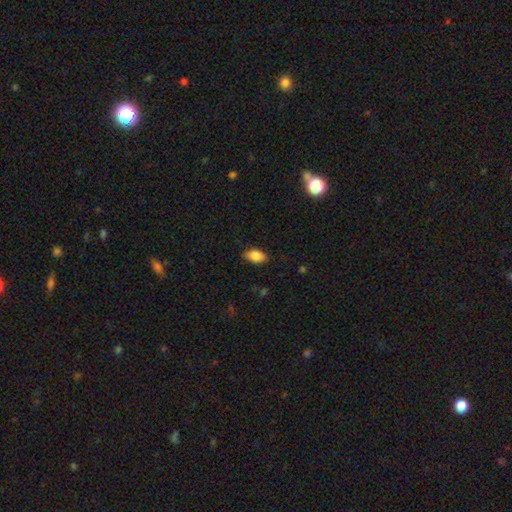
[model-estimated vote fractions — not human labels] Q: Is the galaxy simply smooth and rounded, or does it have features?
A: smooth — 86%.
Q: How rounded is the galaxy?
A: in between — 92%.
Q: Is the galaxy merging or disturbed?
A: none — 82%.